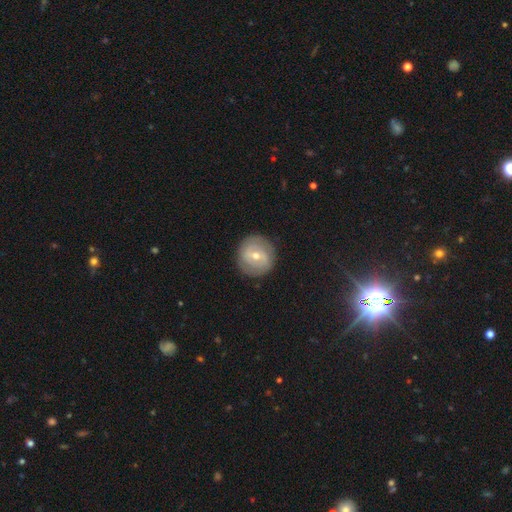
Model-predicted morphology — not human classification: A featured or disk galaxy (63%) with a weak bar (52%), spiral arms (73%) and a moderate central bulge (54%). Merging: none (86%).